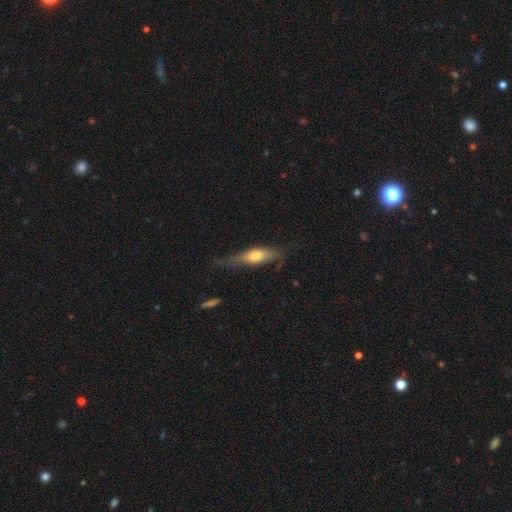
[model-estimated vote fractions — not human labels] A smooth galaxy with no disk features (56%) that is cigar-shaped (53%). Merging: none (52%).